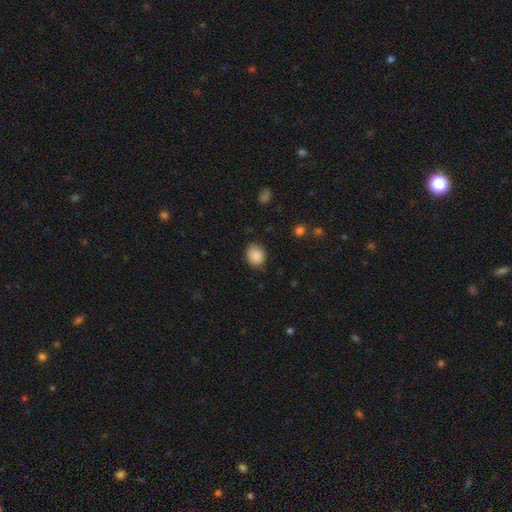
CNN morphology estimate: Smooth or featured? smooth (88%)
How rounded? round (57%)
Merging? none (81%)